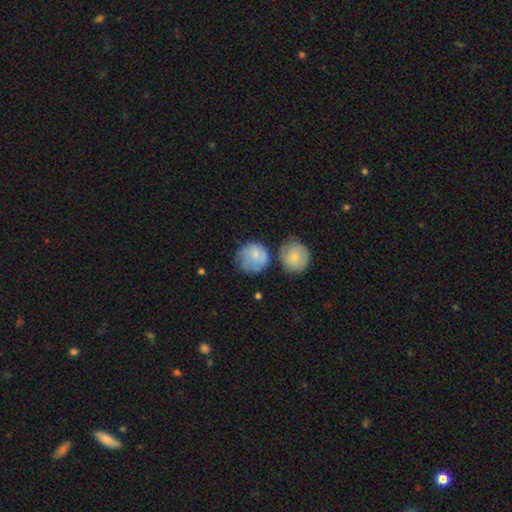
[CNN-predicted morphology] Smooth or featured?
  - smooth: 76% *
  - featured or disk: 18%
  - star or artifact: 7%
How rounded?
  - round: 84% *
  - in between: 15%
  - cigar-shaped: 1%
Merging?
  - none: 47% *
  - minor disturbance: 23%
  - merger: 19%
  - major disturbance: 11%